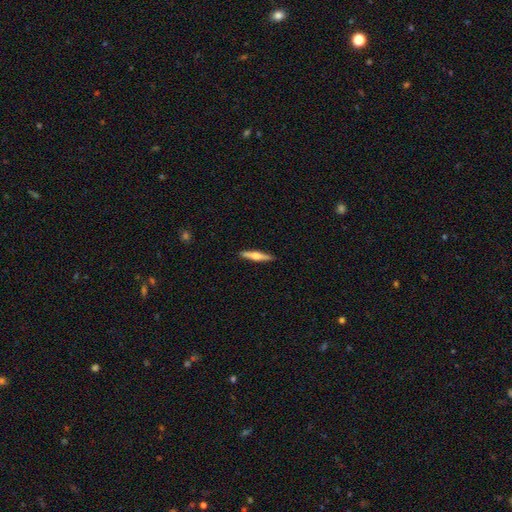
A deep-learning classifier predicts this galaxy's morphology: Q: Smooth or featured?
A: featured or disk (52%); runner-up: smooth (43%)
Q: Edge-on disk?
A: yes (97%); runner-up: no (3%)
Q: Merging?
A: none (91%); runner-up: minor disturbance (7%)